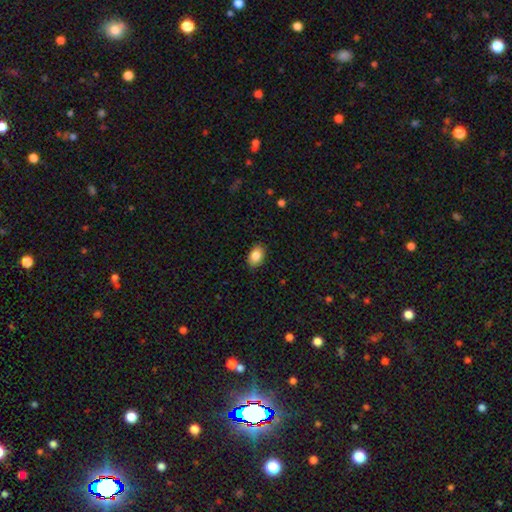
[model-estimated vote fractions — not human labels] Smooth or featured: smooth — 87% (star or artifact — 8%)
How rounded: in between — 83% (round — 16%)
Merging: none — 85% (minor disturbance — 11%)